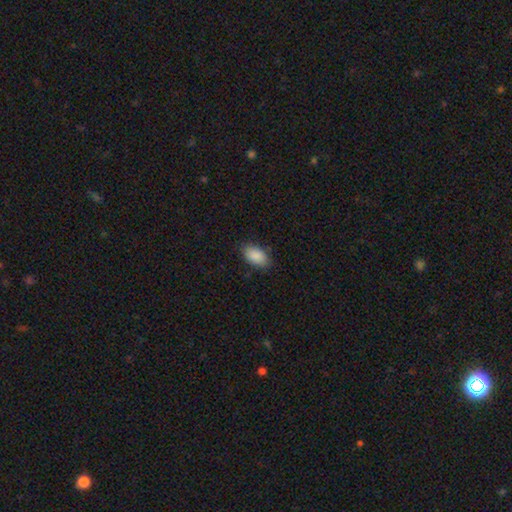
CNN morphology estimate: smooth-or-featured: smooth: 89% | star or artifact: 6% | featured or disk: 4%
  how-rounded: in between: 94% | round: 4% | cigar-shaped: 2%
  merging: none: 83% | minor disturbance: 13% | major disturbance: 3% | merger: 1%